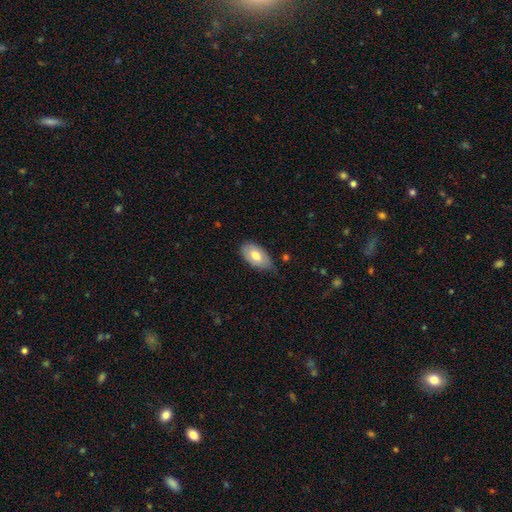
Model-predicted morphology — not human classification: smooth_or_featured: smooth (p=0.73) [alt: featured or disk p=0.21]
how_rounded: in between (p=0.94) [alt: round p=0.04]
merging: none (p=0.66) [alt: minor disturbance p=0.28]